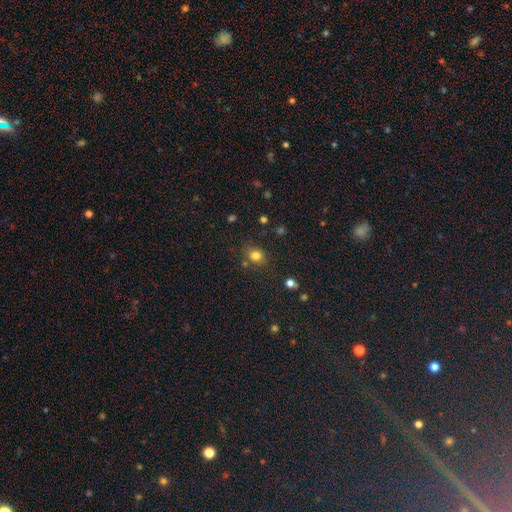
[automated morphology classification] This is likely a smooth galaxy (78%). How rounded: likely round (70%). Merging: likely none (75%).